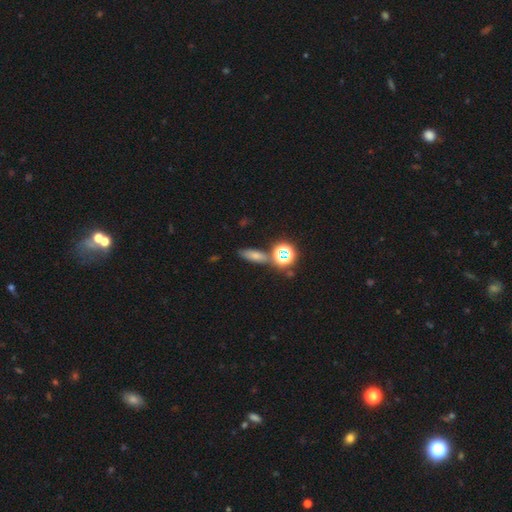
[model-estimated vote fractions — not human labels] Smooth or featured: smooth — 62% (star or artifact — 25%)
How rounded: in between — 55% (cigar-shaped — 32%)
Merging: none — 72% (minor disturbance — 12%)